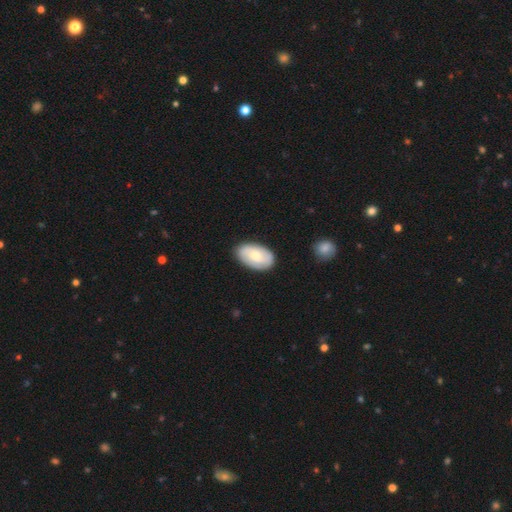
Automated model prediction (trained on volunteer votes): Smooth or featured: smooth — 58% (featured or disk — 36%)
How rounded: in between — 92% (round — 6%)
Merging: none — 82% (minor disturbance — 13%)